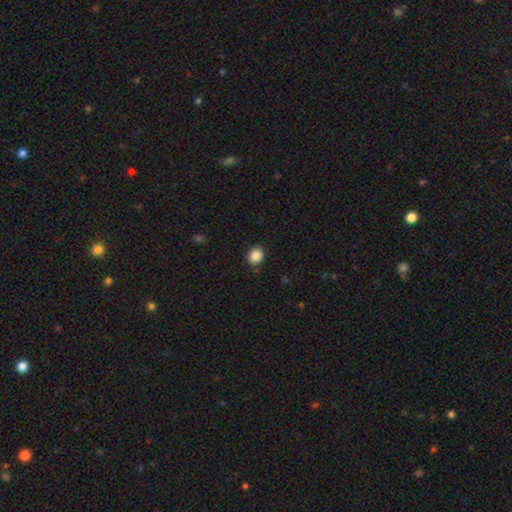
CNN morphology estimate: Smooth or featured? Predicted: smooth (p=0.88). How rounded? Predicted: round (p=0.68). Merging? Predicted: none (p=0.89).